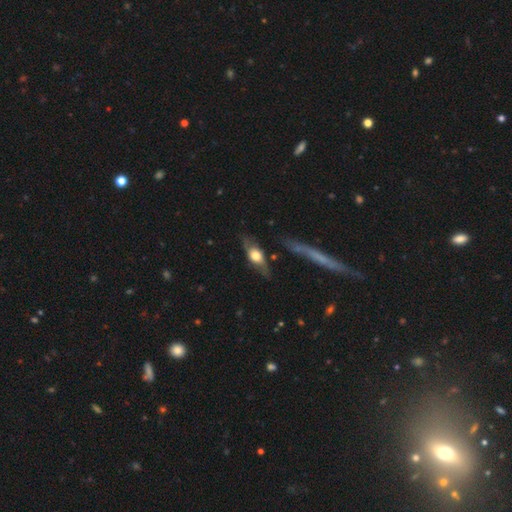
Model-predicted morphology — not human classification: A featured or disk galaxy (50%) viewed edge-on (51%).

Vote fractions:
- Smooth or featured? featured or disk: 50% / smooth: 43% / star or artifact: 6%
- Edge-on disk? yes: 51% / no: 49%
- Merging? none: 65% / minor disturbance: 22% / major disturbance: 9% / merger: 4%